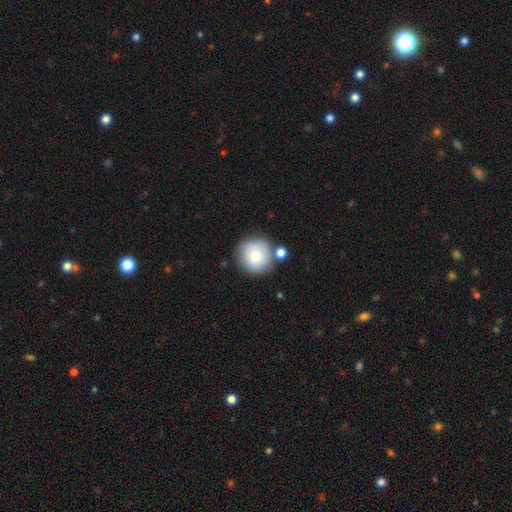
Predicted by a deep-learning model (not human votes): Smooth or featured? Predicted: smooth (p=0.78). How rounded? Predicted: round (p=0.94). Merging? Predicted: none (p=0.70).